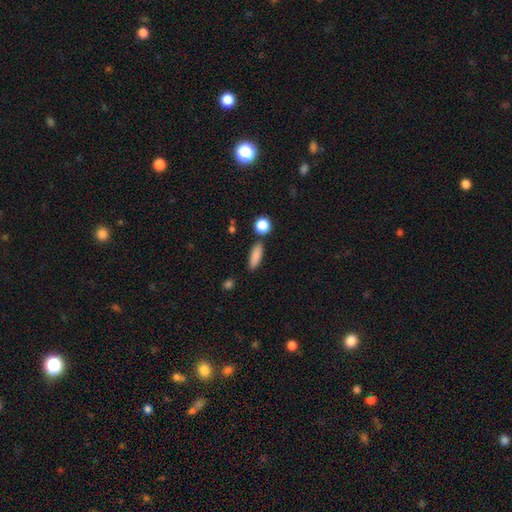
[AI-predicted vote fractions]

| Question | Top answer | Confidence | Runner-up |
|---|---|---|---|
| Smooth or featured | smooth | 87% | star or artifact (8%) |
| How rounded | in between | 55% | cigar-shaped (41%) |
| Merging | none | 83% | minor disturbance (10%) |